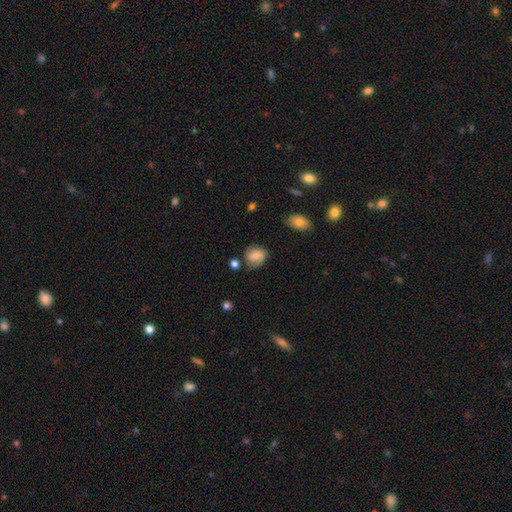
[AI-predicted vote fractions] The model was most divided on "how rounded": round: 59%, in between: 40%, cigar-shaped: 1%. More confident: smooth or featured — smooth (67%); merging — none (63%).